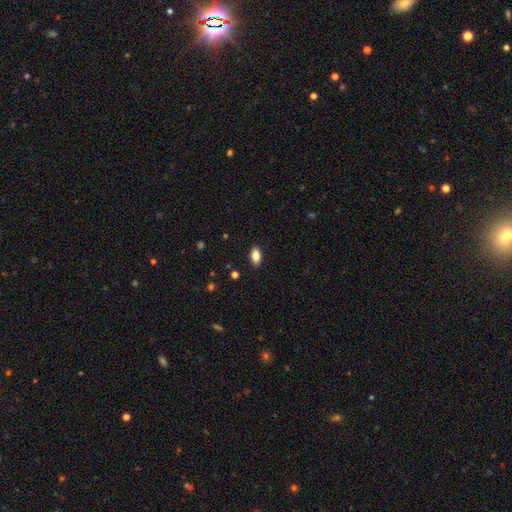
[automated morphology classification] Q: Smooth or featured?
A: smooth (84%); runner-up: star or artifact (8%)
Q: How rounded?
A: in between (91%); runner-up: round (5%)
Q: Merging?
A: none (89%); runner-up: minor disturbance (8%)